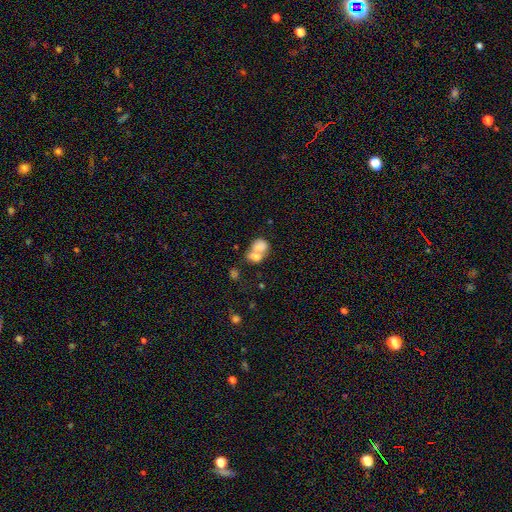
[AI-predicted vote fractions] Smooth or featured: smooth — 74% (featured or disk — 17%)
How rounded: in between — 67% (round — 31%)
Merging: merger — 69% (none — 19%)